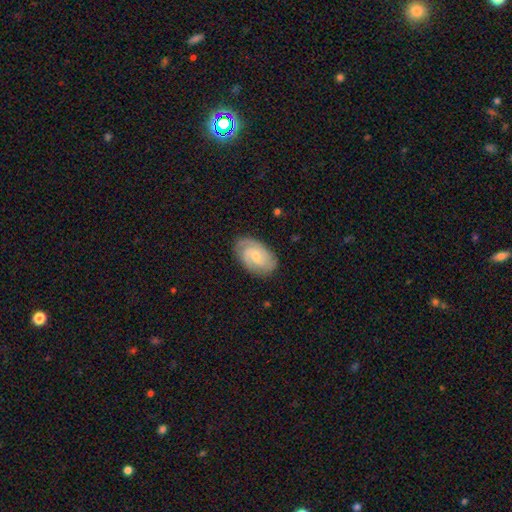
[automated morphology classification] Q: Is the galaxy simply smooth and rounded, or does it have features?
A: featured or disk — 76%.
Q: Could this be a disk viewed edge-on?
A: no — 97%.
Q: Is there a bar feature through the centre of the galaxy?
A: no — 56%.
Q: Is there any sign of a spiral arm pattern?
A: yes — 95%.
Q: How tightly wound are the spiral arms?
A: tight — 53%.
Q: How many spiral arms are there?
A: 2 — 45%.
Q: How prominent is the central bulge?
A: small — 63%.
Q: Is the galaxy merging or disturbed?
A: none — 79%.